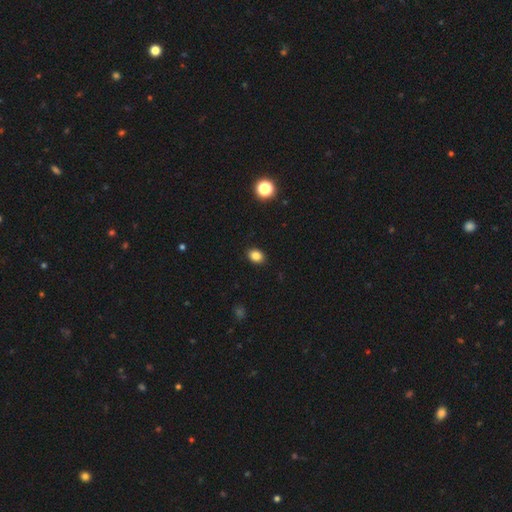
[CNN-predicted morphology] A smooth galaxy with no disk features (84%) that is in between round and cigar-shaped (57%).

Vote fractions:
- Smooth or featured? smooth: 84% / star or artifact: 11% / featured or disk: 4%
- How rounded? in between: 57% / round: 42% / cigar-shaped: 1%
- Merging? none: 90% / minor disturbance: 7% / major disturbance: 2% / merger: 1%